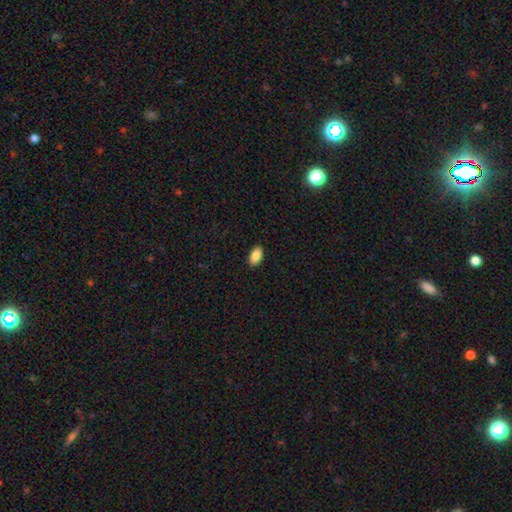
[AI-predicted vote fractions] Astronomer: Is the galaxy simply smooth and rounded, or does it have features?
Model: smooth — 87%.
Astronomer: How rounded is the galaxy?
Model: in between — 93%.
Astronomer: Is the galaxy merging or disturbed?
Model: none — 90%.